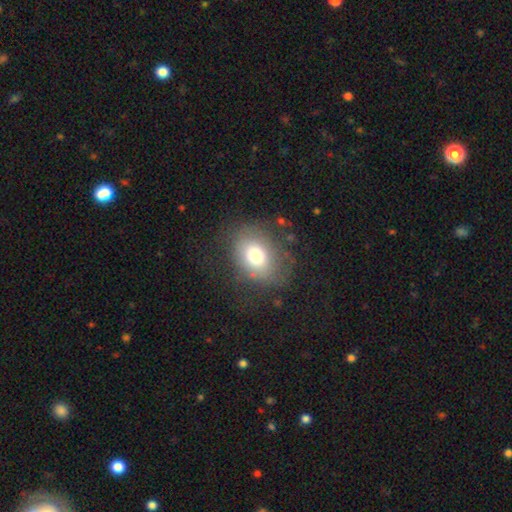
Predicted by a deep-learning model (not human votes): Q: Smooth or featured?
A: smooth (72%); runner-up: featured or disk (17%)
Q: How rounded?
A: in between (63%); runner-up: round (36%)
Q: Merging?
A: none (68%); runner-up: minor disturbance (19%)